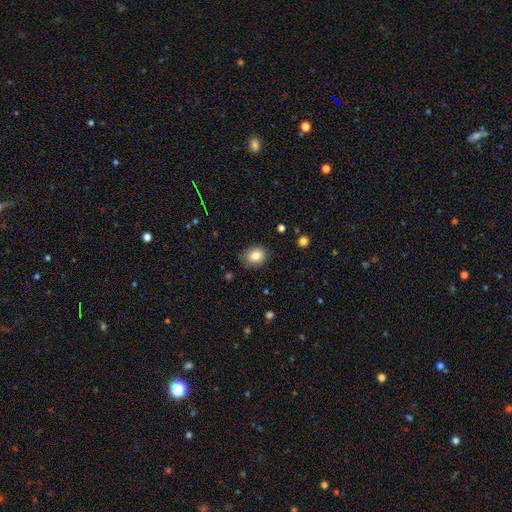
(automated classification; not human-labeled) Morphology: type=smooth (82%); roundness=round (53%); merging=none (85%).